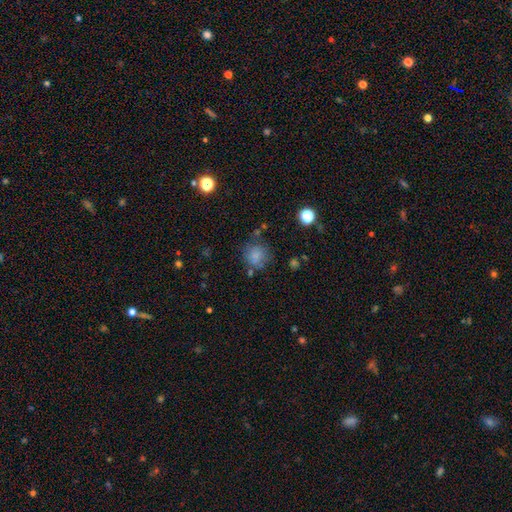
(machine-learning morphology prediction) A smooth galaxy with no disk features (78%) that is round (85%). Merging: none (67%).